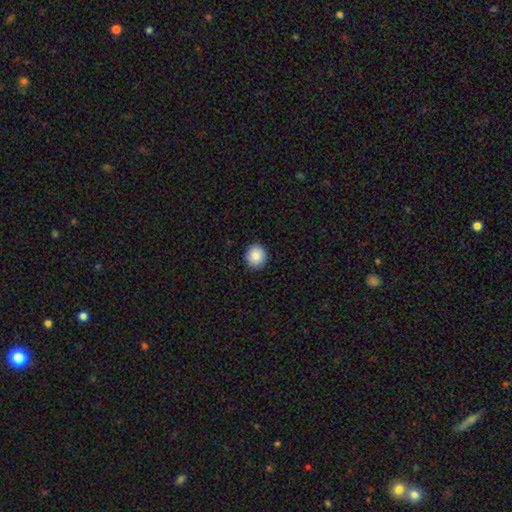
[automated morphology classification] This is clearly a smooth galaxy (89%). How rounded: clearly round (92%). Merging: clearly none (92%).